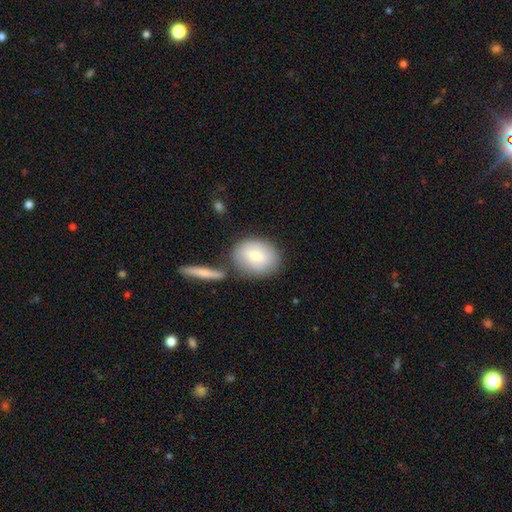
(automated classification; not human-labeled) Smooth or featured: smooth — 76% (featured or disk — 18%)
How rounded: round — 52% (in between — 46%)
Merging: none — 66% (merger — 16%)